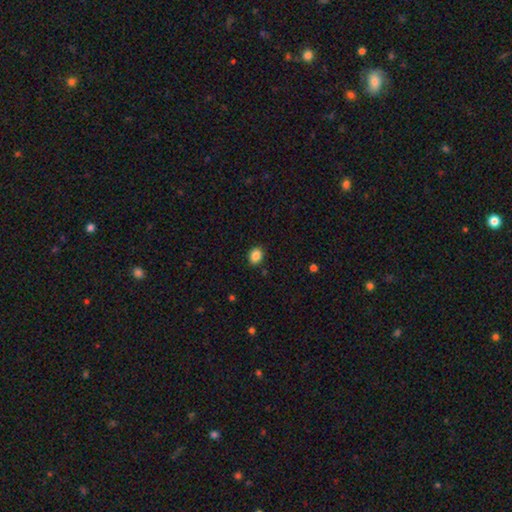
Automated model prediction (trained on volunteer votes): smooth-or-featured: smooth: 87% | star or artifact: 9% | featured or disk: 4%
  how-rounded: in between: 57% | round: 42% | cigar-shaped: 1%
  merging: none: 88% | minor disturbance: 8% | major disturbance: 2% | merger: 1%